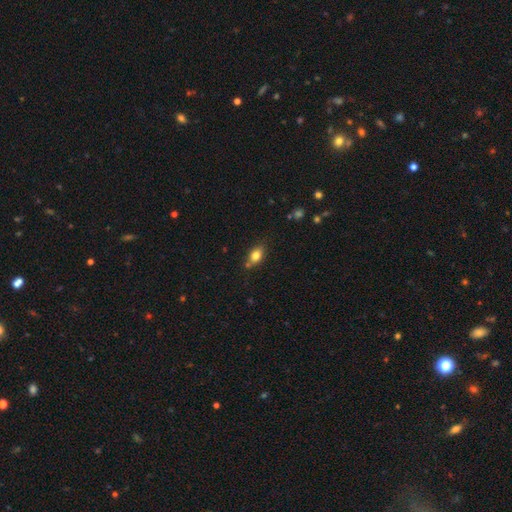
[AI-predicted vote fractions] This appears to be a smooth galaxy with no disk features (79%) that is in between round and cigar-shaped (78%). Merging: none (73%).